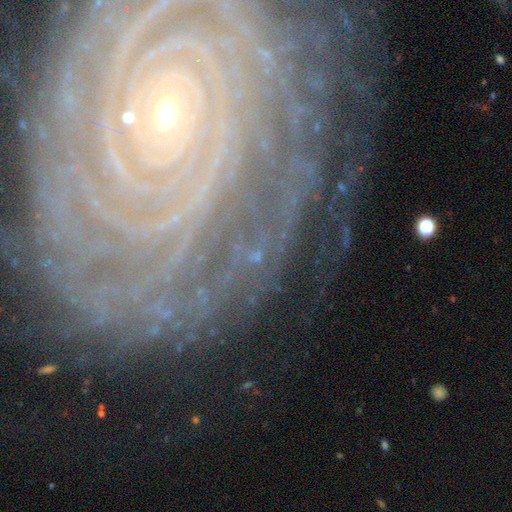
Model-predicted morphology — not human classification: A featured or disk galaxy (78%) with no bar (57%), more than 4 (28%) tight (88%) spiral arms (97%) and a small central bulge (76%).

Vote fractions:
- Smooth or featured? featured or disk: 78% / star or artifact: 14% / smooth: 8%
- Edge-on disk? no: 95% / yes: 5%
- Bar? no: 57% / weak: 22% / strong: 21%
- Spiral arms? yes: 97% / no: 3%
- Spiral winding? tight: 88% / medium: 10% / loose: 2%
- Spiral arm count? more than 4: 28% / can't tell: 21% / 4: 15% / 3: 14% / 2: 12% / 1: 10%
- Bulge size? small: 76% / moderate: 17% / large: 3% / none: 2% / dominant: 2%
- Merging? none: 80% / minor disturbance: 12% / major disturbance: 5% / merger: 2%